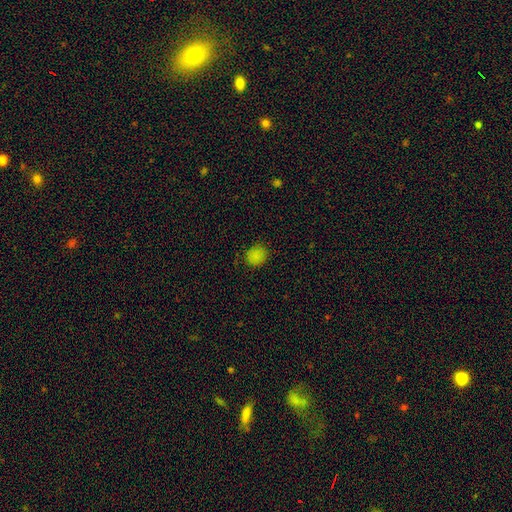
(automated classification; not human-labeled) This appears to be a smooth galaxy with no disk features (82%) that is round (82%). Merging: none (86%).